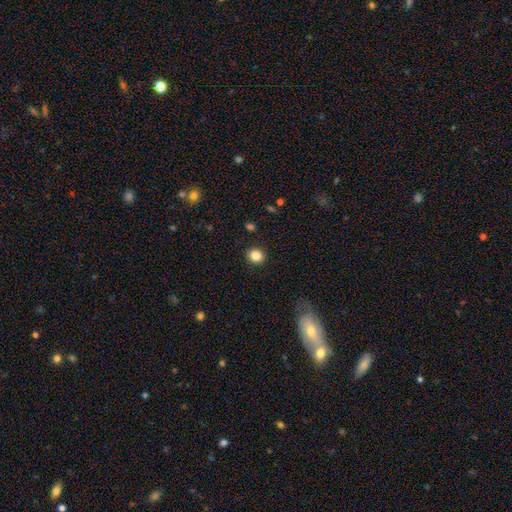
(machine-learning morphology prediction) Overall: smooth (85%). How rounded: round (83%). Merging: none (91%).